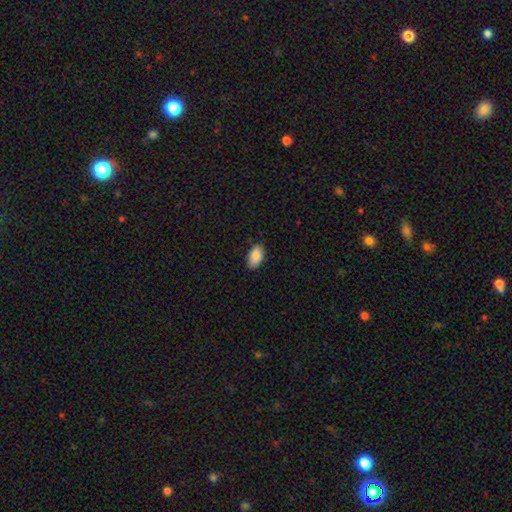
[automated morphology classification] Smooth or featured: smooth — 88% (star or artifact — 6%)
How rounded: in between — 95% (round — 3%)
Merging: none — 85% (minor disturbance — 12%)